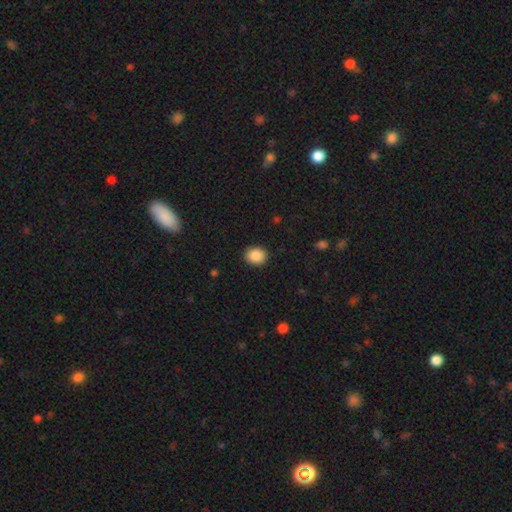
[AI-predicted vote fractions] This is clearly a smooth galaxy (89%). How rounded: likely round (66%). Merging: clearly none (90%).